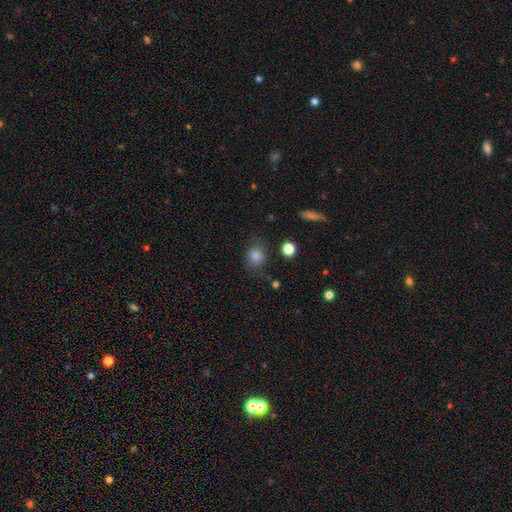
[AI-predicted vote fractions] smooth 83%, star or artifact 11%, featured or disk 6%. Down the decision tree: how rounded — round (72%); merging — none (76%).